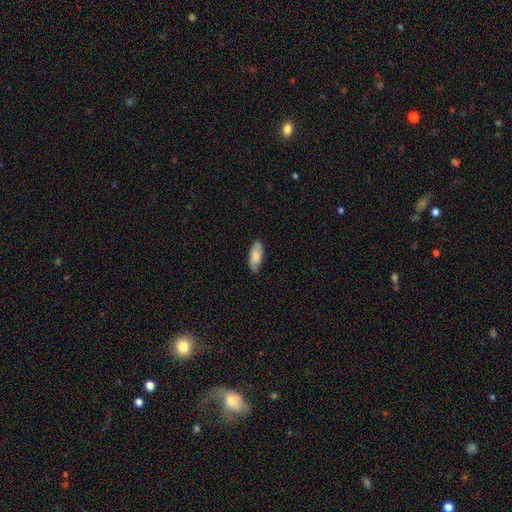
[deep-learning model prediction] This appears to be a smooth galaxy with no disk features (80%) that is in between round and cigar-shaped (74%). Merging: none (80%).